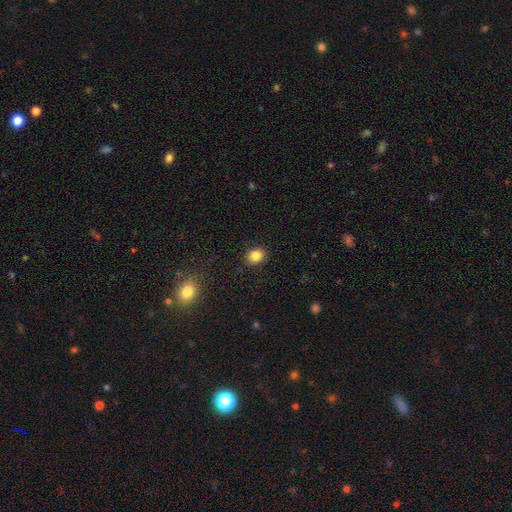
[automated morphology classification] type=smooth (85%); roundness=round (58%); merging=none (89%).